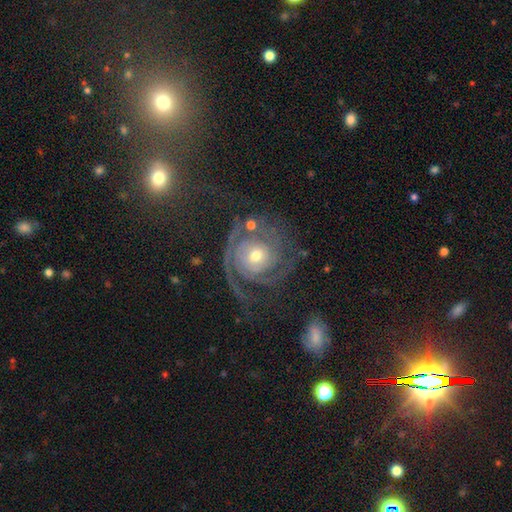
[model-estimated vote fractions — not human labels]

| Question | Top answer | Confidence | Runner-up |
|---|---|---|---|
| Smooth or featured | featured or disk | 87% | star or artifact (7%) |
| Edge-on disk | no | 97% | yes (3%) |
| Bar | no | 77% | weak (17%) |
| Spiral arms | yes | 96% | no (4%) |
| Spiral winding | tight | 69% | medium (25%) |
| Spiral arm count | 2 | 44% | 3 (18%) |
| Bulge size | moderate | 53% | small (41%) |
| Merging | none | 63% | major disturbance (16%) |